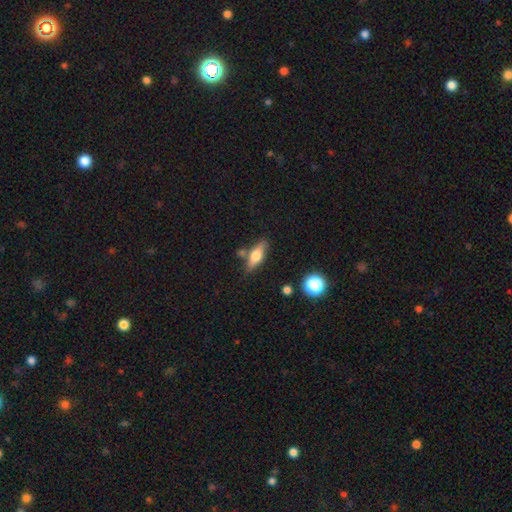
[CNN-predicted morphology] This appears to be a smooth galaxy with no disk features (54%) that is in between round and cigar-shaped (56%). Merging: none (72%).